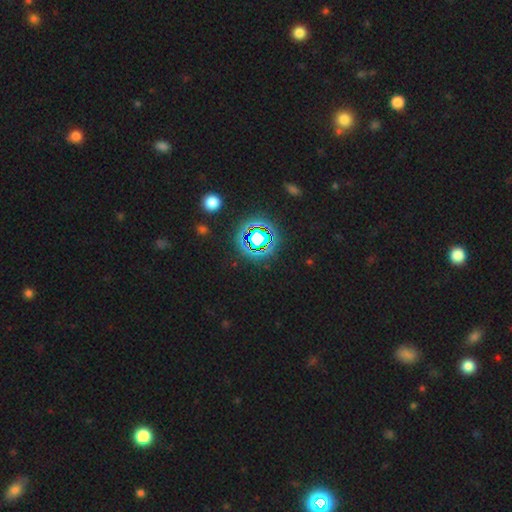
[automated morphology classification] This is likely a star or artifact rather than a galaxy (74%).